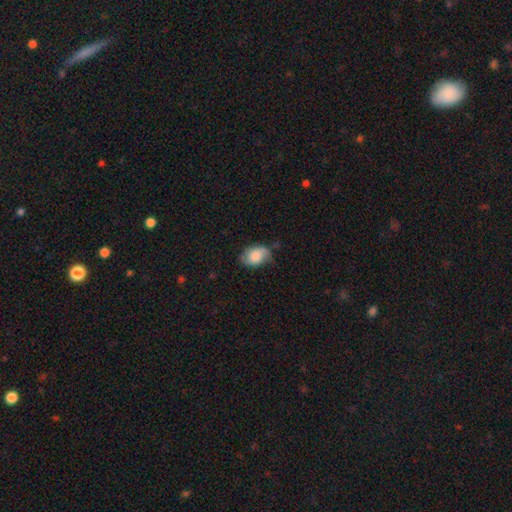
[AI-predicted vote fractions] A smooth galaxy with no disk features (74%) that is in between round and cigar-shaped (85%).

Vote fractions:
- Smooth or featured? smooth: 74% / featured or disk: 19% / star or artifact: 7%
- How rounded? in between: 85% / round: 13% / cigar-shaped: 1%
- Merging? none: 55% / minor disturbance: 34% / major disturbance: 9% / merger: 2%